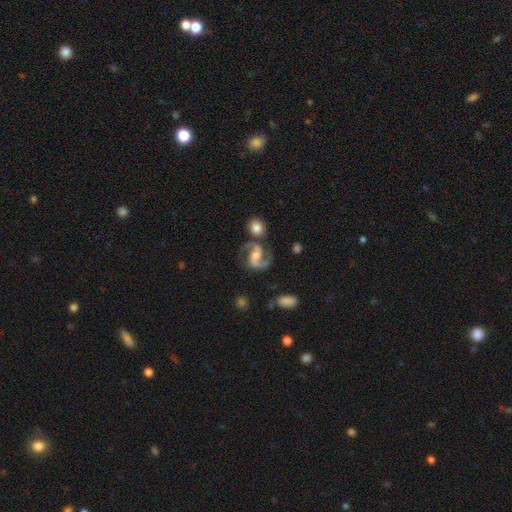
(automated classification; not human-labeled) Morphology: type=featured or disk (91%); edge-on=no (98%); bar=weak (43%); spiral arms=yes (98%); winding=medium (62%); arm count=2 (94%); bulge=moderate (51%); merging=none (66%).